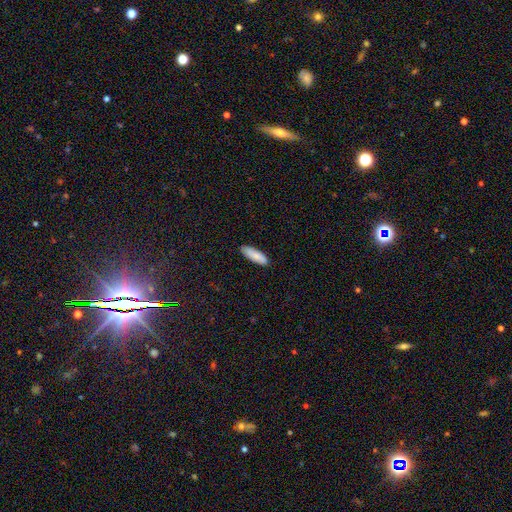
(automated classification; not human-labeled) A smooth galaxy with no disk features (84%) that is in between round and cigar-shaped (54%). Merging: none (88%).